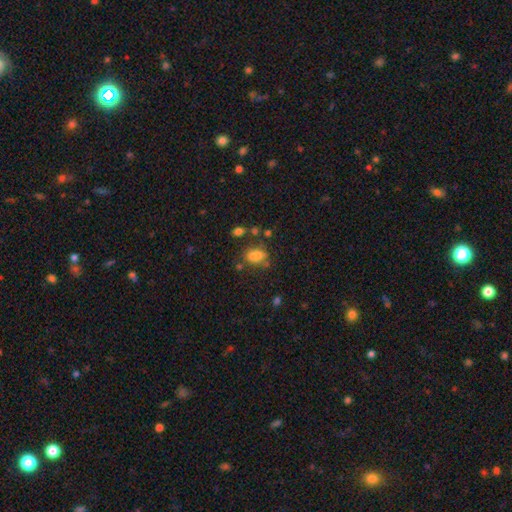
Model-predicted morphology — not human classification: smooth_or_featured: smooth (p=0.72) [alt: featured or disk p=0.14]
how_rounded: in between (p=0.77) [alt: round p=0.19]
merging: none (p=0.51) [alt: minor disturbance p=0.21]